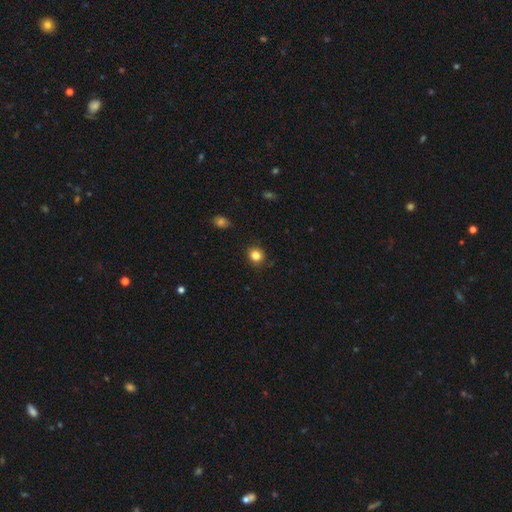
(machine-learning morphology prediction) Smooth or featured: smooth — 83% (star or artifact — 12%)
How rounded: round — 82% (in between — 17%)
Merging: none — 87% (minor disturbance — 9%)